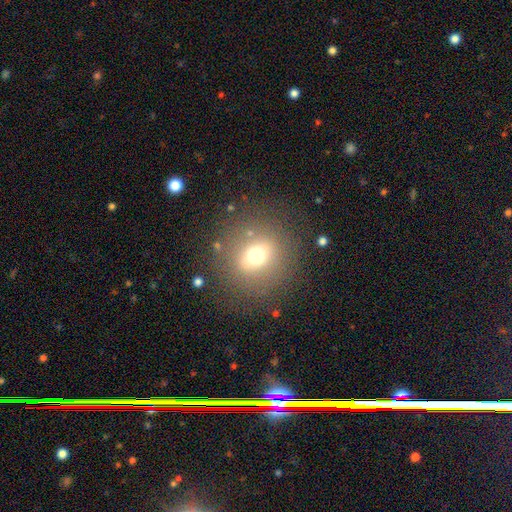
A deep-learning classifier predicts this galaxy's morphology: Smooth or featured? smooth (65%)
How rounded? round (88%)
Merging? none (82%)